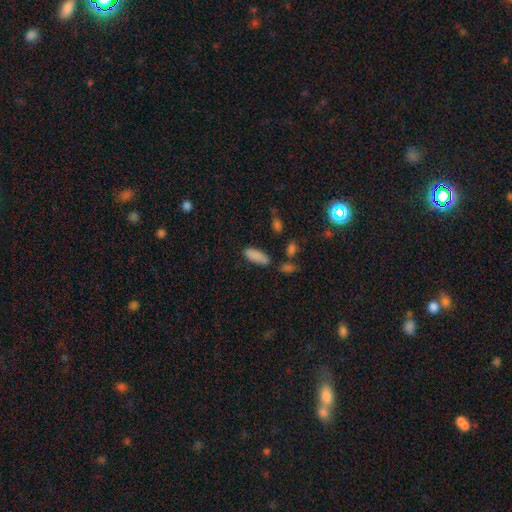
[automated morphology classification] This is clearly a smooth galaxy (86%). How rounded: likely in between (71%). Merging: likely none (74%).